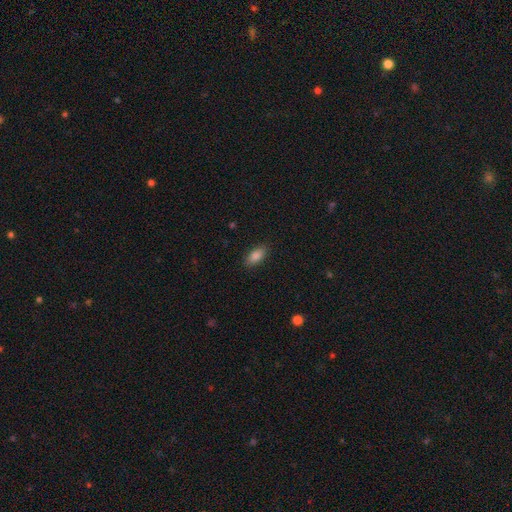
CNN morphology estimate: The model was most divided on "smooth or featured": smooth: 87%, star or artifact: 8%, featured or disk: 6%. More confident: how rounded — in between (89%); merging — none (88%).